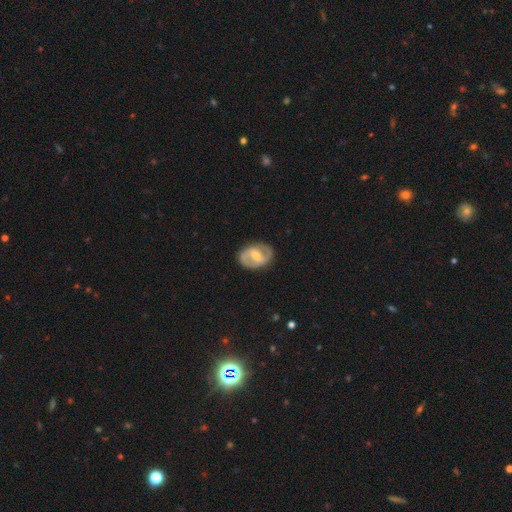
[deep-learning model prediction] smooth-or-featured: featured or disk: 77% | smooth: 19% | star or artifact: 5%
  disk-edge-on: no: 96% | yes: 4%
    bar: weak: 44% | strong: 37% | no: 19%
    has-spiral-arms: yes: 80% | no: 20%
      spiral-winding: medium: 48% | tight: 29% | loose: 23%
      spiral-arm-count: 2: 88% | can't tell: 7% | 1: 2% | 3: 1% | 4: 1% | more than 4: 1%
    bulge-size: moderate: 55% | small: 39% | large: 3% | none: 2% | dominant: 1%
  merging: none: 85% | minor disturbance: 11% | major disturbance: 3% | merger: 1%